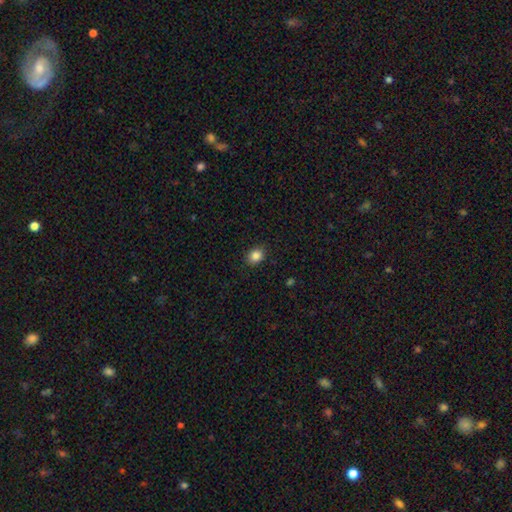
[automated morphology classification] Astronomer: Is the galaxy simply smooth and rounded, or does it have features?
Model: smooth — 85%.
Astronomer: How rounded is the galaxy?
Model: round — 52% (runner-up: in between, 48%).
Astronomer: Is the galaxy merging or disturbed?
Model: none — 88%.